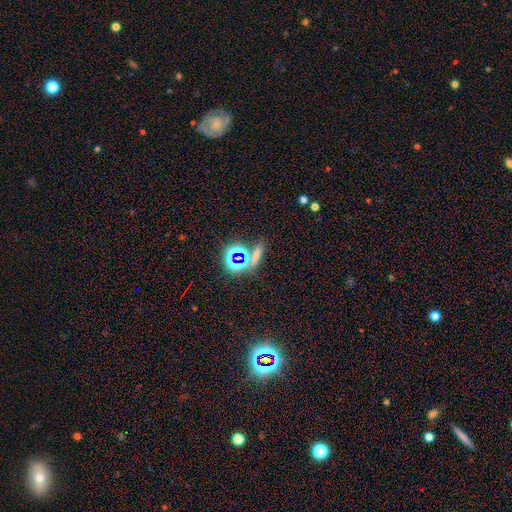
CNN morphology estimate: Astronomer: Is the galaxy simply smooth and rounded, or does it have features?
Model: star or artifact — 49% (runner-up: smooth, 40%).